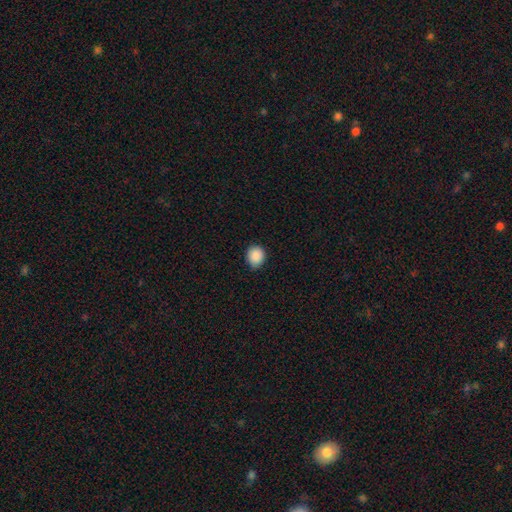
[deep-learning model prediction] A smooth galaxy with no disk features (89%) that is round (75%). Merging: none (84%).